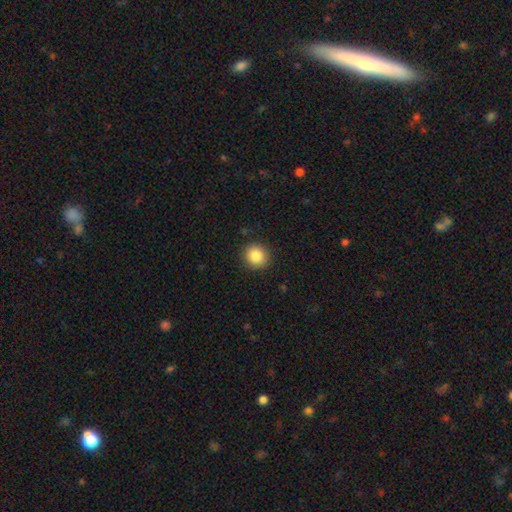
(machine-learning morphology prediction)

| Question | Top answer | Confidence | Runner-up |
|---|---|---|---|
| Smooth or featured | smooth | 86% | star or artifact (9%) |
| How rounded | round | 91% | in between (8%) |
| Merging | none | 91% | minor disturbance (6%) |